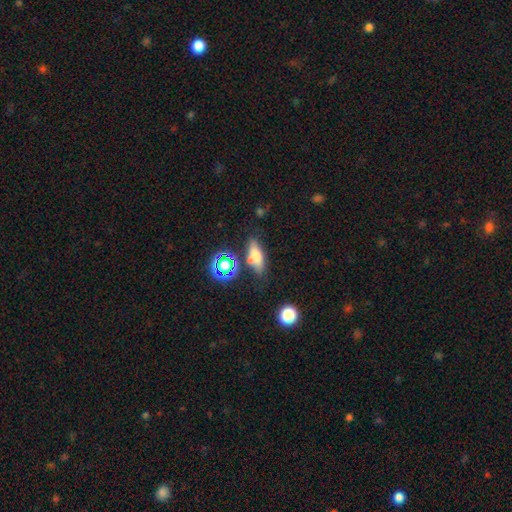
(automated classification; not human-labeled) Smooth or featured?
  - smooth: 62% *
  - featured or disk: 22%
  - star or artifact: 16%
How rounded?
  - in between: 57% *
  - cigar-shaped: 35%
  - round: 8%
Merging?
  - none: 65% *
  - minor disturbance: 18%
  - merger: 10%
  - major disturbance: 7%